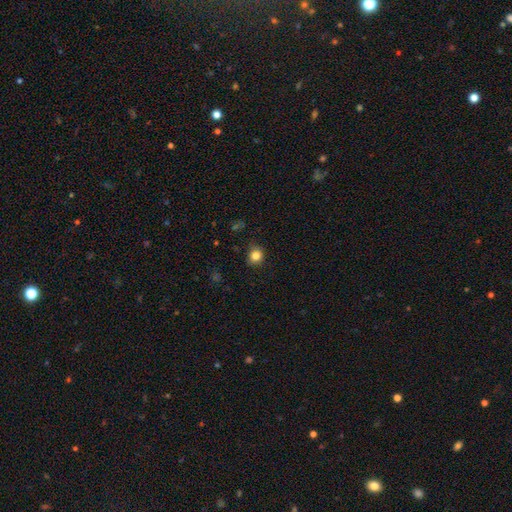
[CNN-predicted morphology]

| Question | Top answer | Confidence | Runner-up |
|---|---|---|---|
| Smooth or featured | smooth | 83% | star or artifact (12%) |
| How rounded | round | 82% | in between (17%) |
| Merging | none | 84% | minor disturbance (13%) |